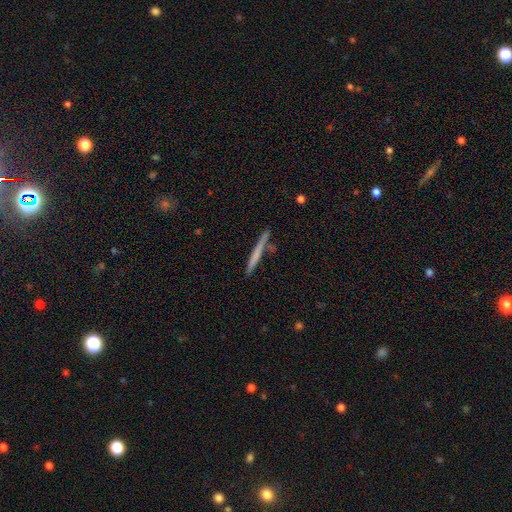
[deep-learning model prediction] smooth_or_featured: smooth (p=0.62) [alt: featured or disk p=0.33]
how_rounded: cigar-shaped (p=0.96) [alt: in between p=0.02]
merging: none (p=0.77) [alt: minor disturbance p=0.12]